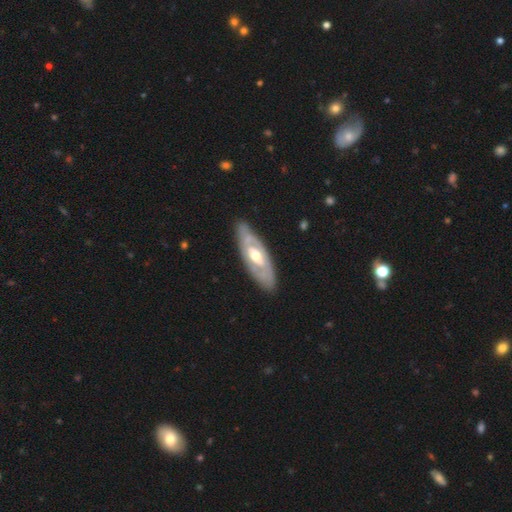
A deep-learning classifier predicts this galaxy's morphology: smooth-or-featured: featured or disk: 73% | smooth: 23% | star or artifact: 4%
  disk-edge-on: no: 79% | yes: 21%
    bar: no: 61% | weak: 28% | strong: 11%
    has-spiral-arms: no: 55% | yes: 45%
    bulge-size: moderate: 72% | large: 13% | small: 13% | dominant: 1% | none: 1%
  merging: none: 82% | minor disturbance: 13% | major disturbance: 3% | merger: 1%